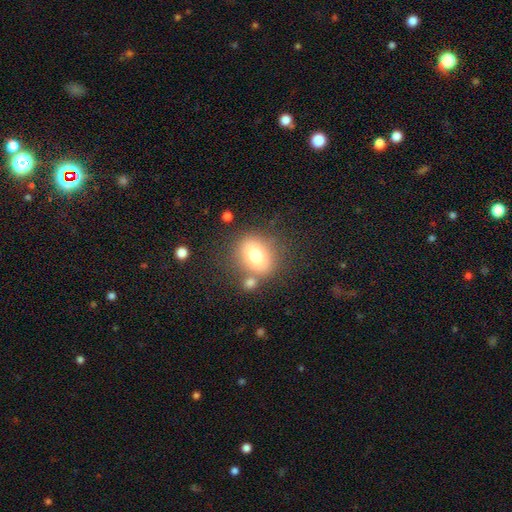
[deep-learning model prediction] smooth_or_featured: smooth (p=0.72) [alt: featured or disk p=0.16]
how_rounded: round (p=0.59) [alt: in between p=0.39]
merging: none (p=0.67) [alt: merger p=0.13]